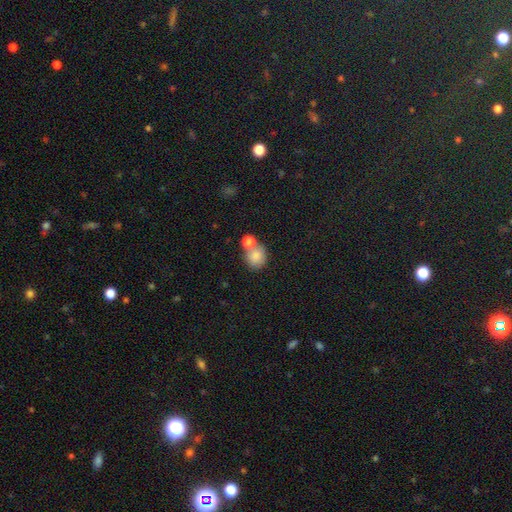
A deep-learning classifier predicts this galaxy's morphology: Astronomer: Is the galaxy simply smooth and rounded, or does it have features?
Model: smooth — 82%.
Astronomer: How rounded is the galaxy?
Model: round — 79%.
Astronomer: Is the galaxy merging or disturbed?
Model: none — 52% (runner-up: merger, 34%).